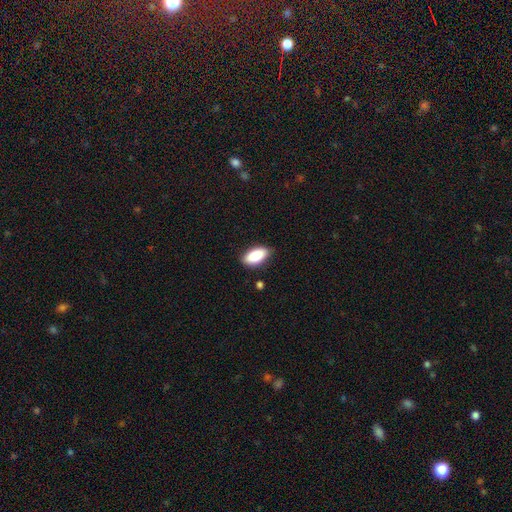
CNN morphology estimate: smooth 87%, featured or disk 7%, star or artifact 7%. Down the decision tree: how rounded — in between (91%); merging — none (85%).